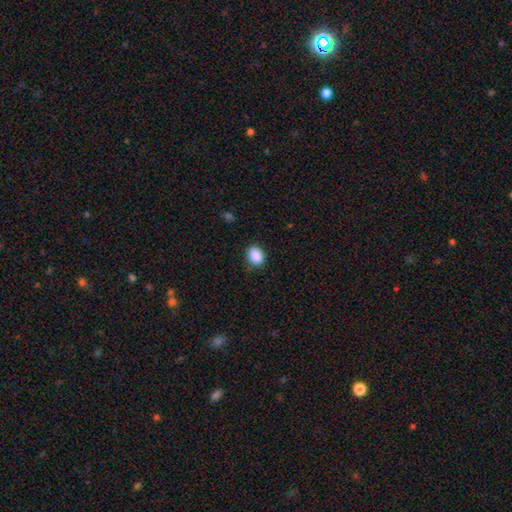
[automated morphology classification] Q: Smooth or featured?
A: smooth (89%); runner-up: star or artifact (8%)
Q: How rounded?
A: in between (57%); runner-up: round (42%)
Q: Merging?
A: none (85%); runner-up: minor disturbance (12%)